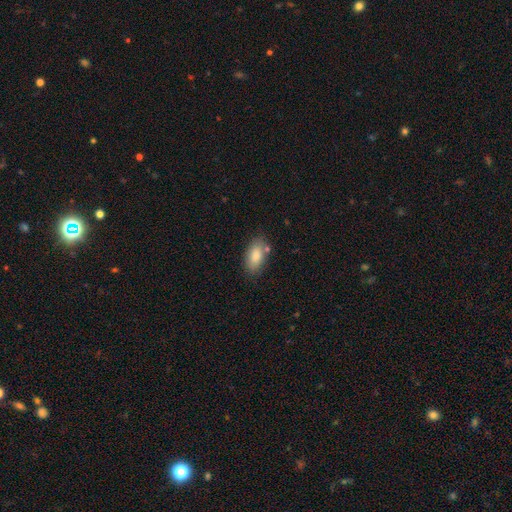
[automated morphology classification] smooth 84%, featured or disk 9%, star or artifact 7%. Down the decision tree: how rounded — in between (92%); merging — none (75%).